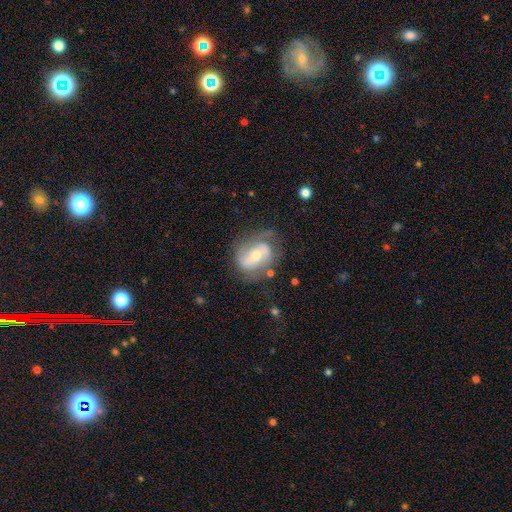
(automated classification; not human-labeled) This is likely a featured or disk galaxy (75%). It is clearly not viewed edge-on (96%). Bar: marginally weak (42%). Spiral arm pattern: clearly yes (88%). Spiral arm count: likely 2 (74%). Spiral winding: possibly medium (46%). Central bulge: possibly moderate (49%). Merging: possibly none (59%).